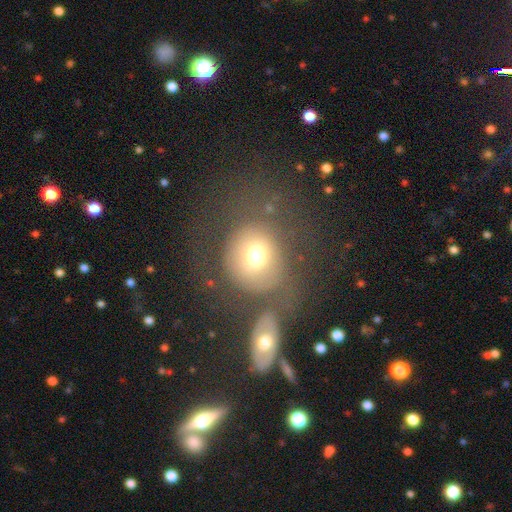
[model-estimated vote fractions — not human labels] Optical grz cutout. It shows a smooth galaxy with no disk features (67%) that is round (75%). Merging: none (49%).